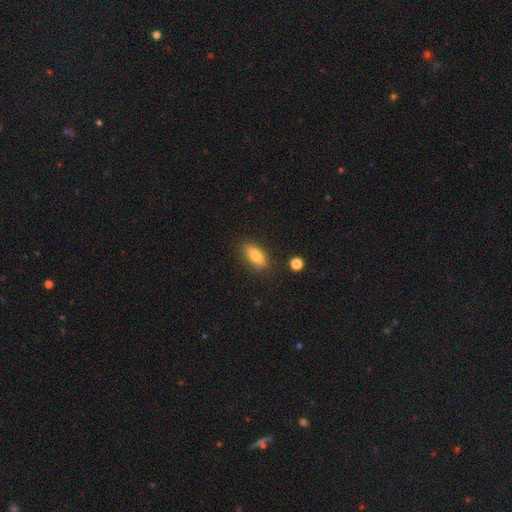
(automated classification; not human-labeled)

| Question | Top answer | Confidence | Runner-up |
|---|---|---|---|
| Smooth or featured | smooth | 75% | featured or disk (17%) |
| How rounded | in between | 75% | cigar-shaped (21%) |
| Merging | none | 83% | minor disturbance (12%) |